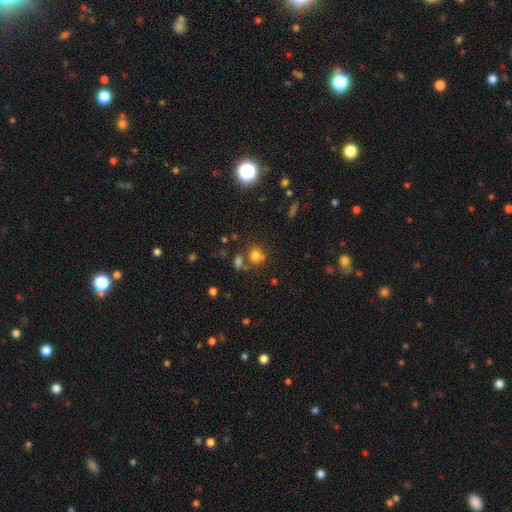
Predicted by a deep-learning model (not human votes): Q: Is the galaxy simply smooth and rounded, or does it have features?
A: smooth — 71%.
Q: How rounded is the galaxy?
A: round — 73%.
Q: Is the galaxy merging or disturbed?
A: none — 57%.